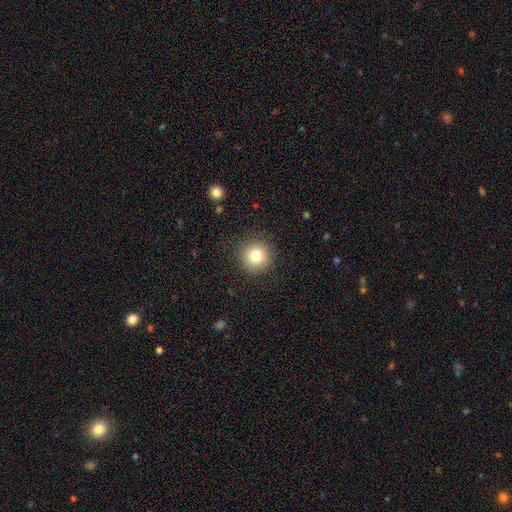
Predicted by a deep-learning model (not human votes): Smooth or featured: smooth — 80% (star or artifact — 11%)
How rounded: round — 95% (in between — 4%)
Merging: none — 91% (minor disturbance — 6%)